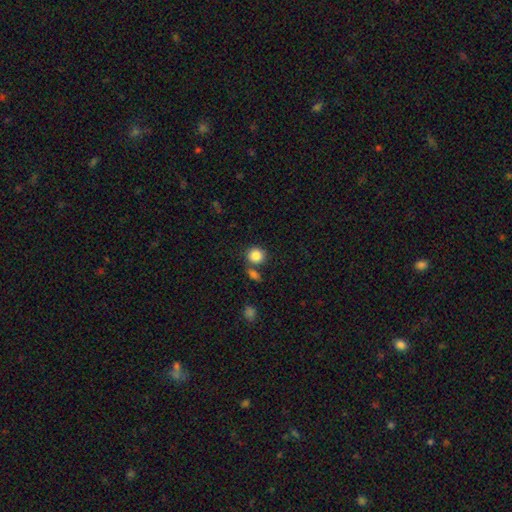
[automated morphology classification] Smooth or featured? Predicted: smooth (p=0.86). How rounded? Predicted: round (p=0.86). Merging? Predicted: none (p=0.69).